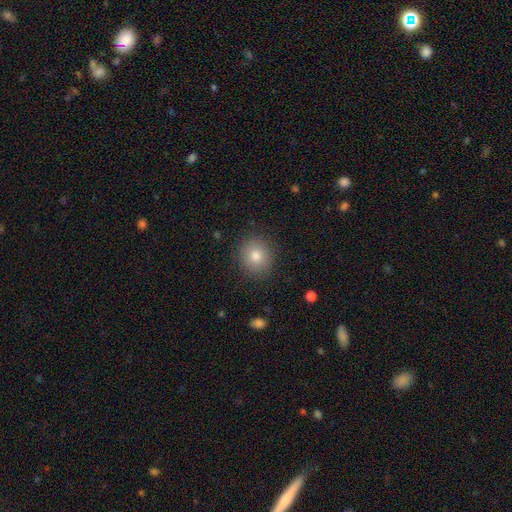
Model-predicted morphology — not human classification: The model was most divided on "smooth or featured": smooth: 80%, star or artifact: 11%, featured or disk: 9%. More confident: merging — none (89%); how rounded — round (85%).